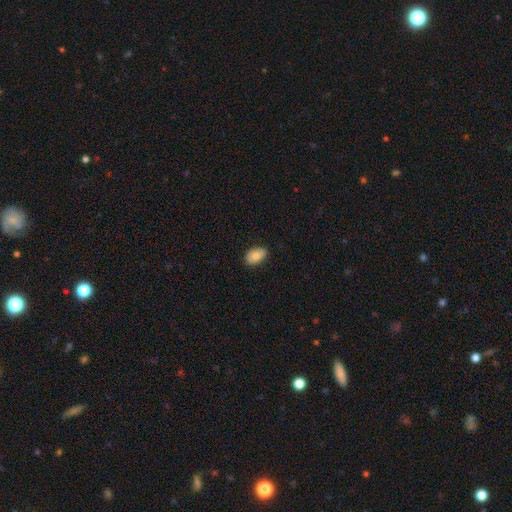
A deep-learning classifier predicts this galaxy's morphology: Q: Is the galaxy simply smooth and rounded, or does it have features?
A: smooth — 80%.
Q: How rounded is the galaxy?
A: in between — 87%.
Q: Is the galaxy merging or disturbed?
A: none — 82%.